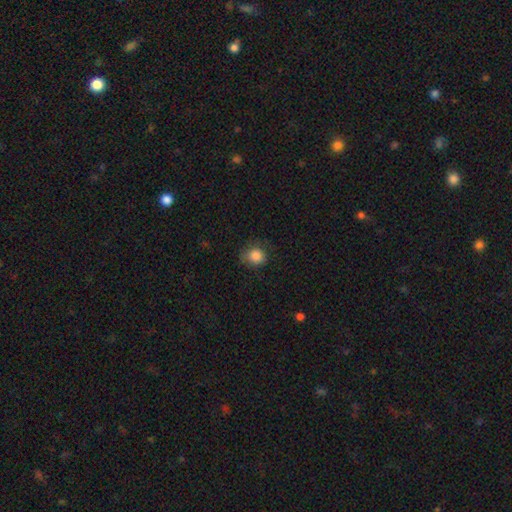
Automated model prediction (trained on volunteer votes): Smooth or featured?
  - smooth: 85% *
  - star or artifact: 9%
  - featured or disk: 5%
How rounded?
  - round: 77% *
  - in between: 22%
  - cigar-shaped: 1%
Merging?
  - none: 71% *
  - minor disturbance: 22%
  - major disturbance: 6%
  - merger: 1%